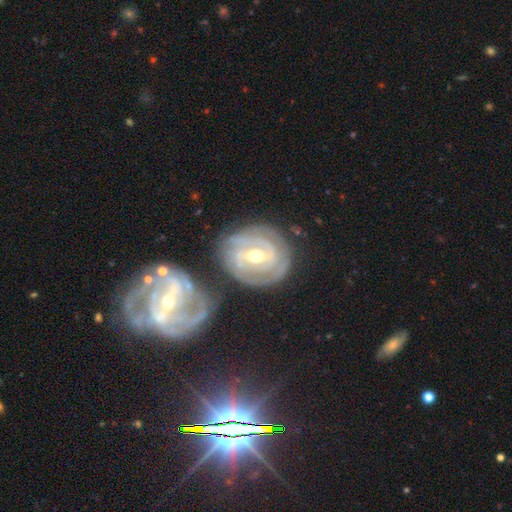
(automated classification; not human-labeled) Smooth or featured?
  - featured or disk: 87% *
  - smooth: 8%
  - star or artifact: 5%
Edge-on disk?
  - no: 96% *
  - yes: 4%
Bar?
  - strong: 45% *
  - weak: 40%
  - no: 15%
Spiral arms?
  - yes: 95% *
  - no: 5%
Spiral winding?
  - tight: 74% *
  - medium: 22%
  - loose: 4%
Spiral arm count?
  - 2: 37% *
  - 3: 26%
  - can't tell: 21%
  - 4: 8%
  - 1: 4%
  - more than 4: 4%
Bulge size?
  - moderate: 64% *
  - small: 32%
  - large: 3%
  - none: 1%
  - dominant: 1%
Merging?
  - none: 57% *
  - merger: 22%
  - minor disturbance: 15%
  - major disturbance: 6%